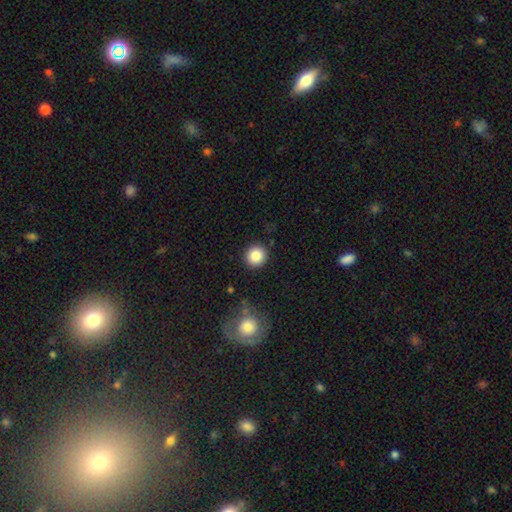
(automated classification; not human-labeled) The model was most divided on "smooth or featured": smooth: 86%, star or artifact: 10%, featured or disk: 5%. More confident: how rounded — round (93%); merging — none (89%).